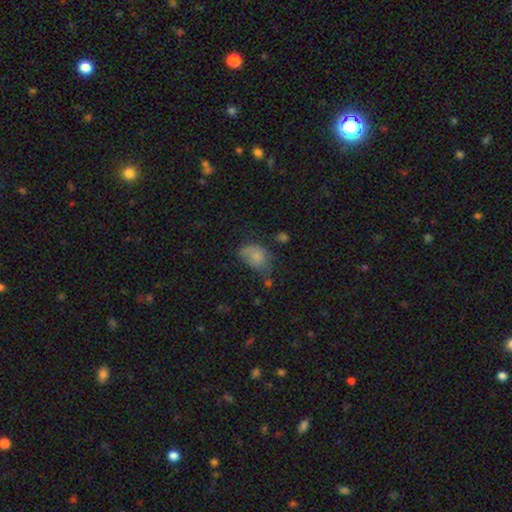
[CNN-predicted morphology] smooth-or-featured: smooth: 71% | featured or disk: 17% | star or artifact: 12%
  how-rounded: in between: 75% | round: 24% | cigar-shaped: 1%
  merging: minor disturbance: 34% (tied) | none: 34% (tied) | major disturbance: 24% | merger: 8%